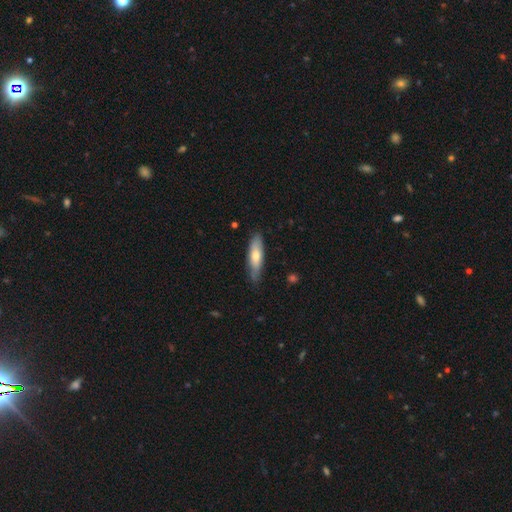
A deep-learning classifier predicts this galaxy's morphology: type=smooth (61%); roundness=cigar-shaped (66%); merging=none (80%).